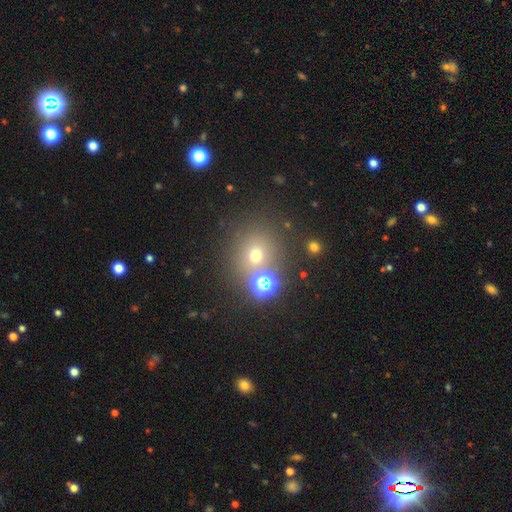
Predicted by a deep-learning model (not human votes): smooth 62%, star or artifact 27%, featured or disk 11%. Down the decision tree: how rounded — round (87%); merging — none (70%).